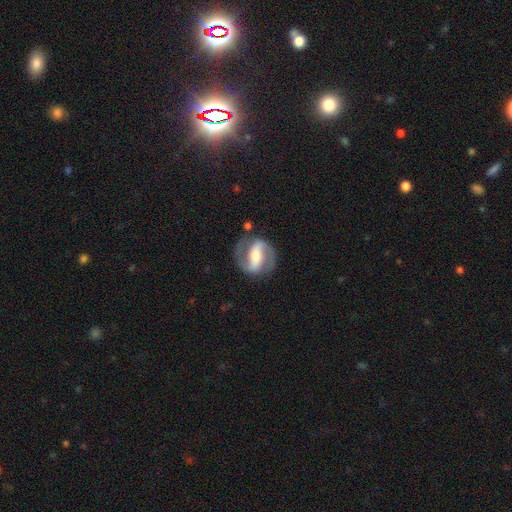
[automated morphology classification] smooth-or-featured: featured or disk: 86% | smooth: 9% | star or artifact: 5%
  disk-edge-on: no: 97% | yes: 3%
    bar: strong: 63% | weak: 24% | no: 13%
    has-spiral-arms: yes: 94% | no: 6%
      spiral-winding: medium: 52% | tight: 29% | loose: 19%
      spiral-arm-count: 2: 92% | can't tell: 3% | 1: 2% | 3: 1% | 4: 1% | more than 4: 1%
    bulge-size: moderate: 56% | small: 29% | large: 11% | none: 2% | dominant: 2%
  merging: none: 82% | minor disturbance: 11% | major disturbance: 5% | merger: 2%